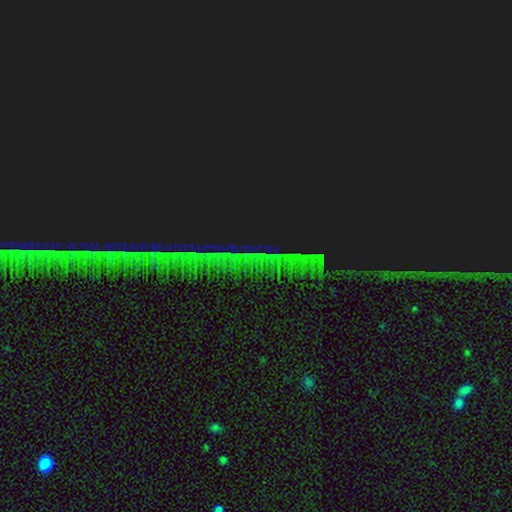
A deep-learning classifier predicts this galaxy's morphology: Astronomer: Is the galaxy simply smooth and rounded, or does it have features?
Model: star or artifact — 85%.